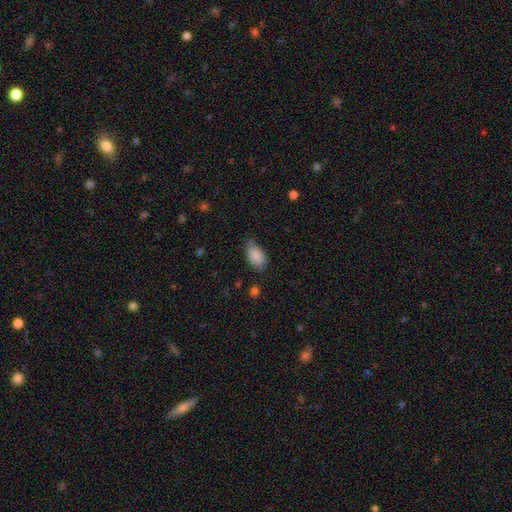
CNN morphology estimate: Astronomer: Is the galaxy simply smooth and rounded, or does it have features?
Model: smooth — 87%.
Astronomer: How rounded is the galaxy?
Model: in between — 92%.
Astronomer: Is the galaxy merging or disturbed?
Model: none — 66%.